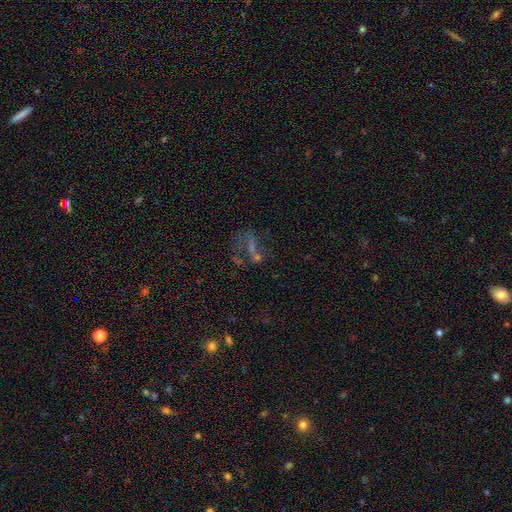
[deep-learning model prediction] Morphology: type=star or artifact (41%).